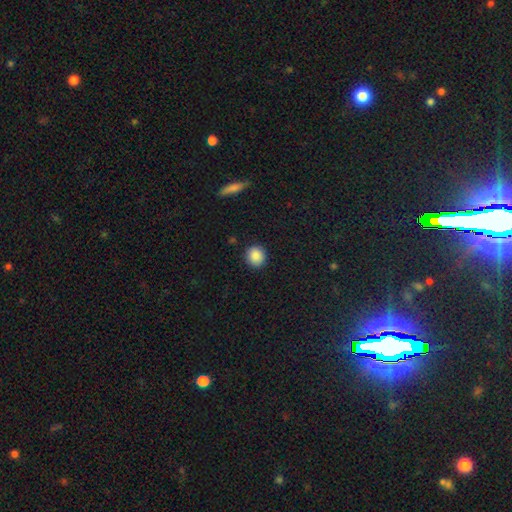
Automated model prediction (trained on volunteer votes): Q: Smooth or featured?
A: smooth (88%); runner-up: star or artifact (9%)
Q: How rounded?
A: round (89%); runner-up: in between (10%)
Q: Merging?
A: none (90%); runner-up: minor disturbance (7%)